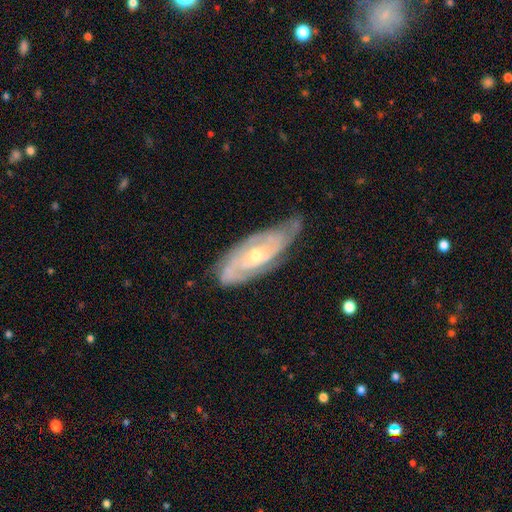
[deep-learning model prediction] Morphology: type=featured or disk (84%); edge-on=no (89%); bar=no (62%); spiral arms=yes (95%); winding=tight (61%); arm count=2 (33%); bulge=small (60%); merging=none (67%).